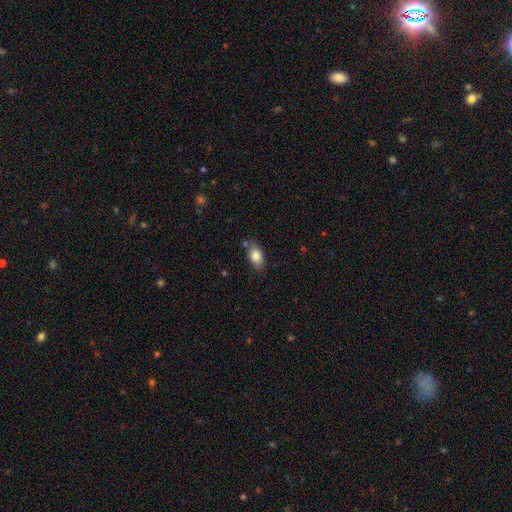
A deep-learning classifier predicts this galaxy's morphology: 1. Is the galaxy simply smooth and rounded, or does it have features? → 85% smooth, 8% star or artifact, 7% featured or disk.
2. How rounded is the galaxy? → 88% in between, 9% round, 3% cigar-shaped.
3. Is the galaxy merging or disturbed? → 75% none, 16% minor disturbance, 6% merger, 4% major disturbance.